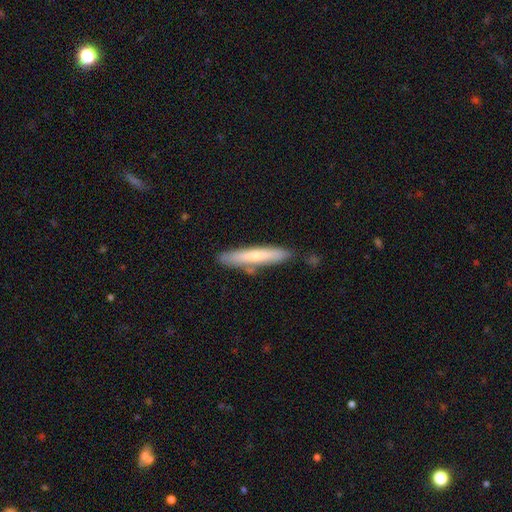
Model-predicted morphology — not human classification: Smooth or featured? smooth (55%)
How rounded? cigar-shaped (90%)
Merging? none (81%)